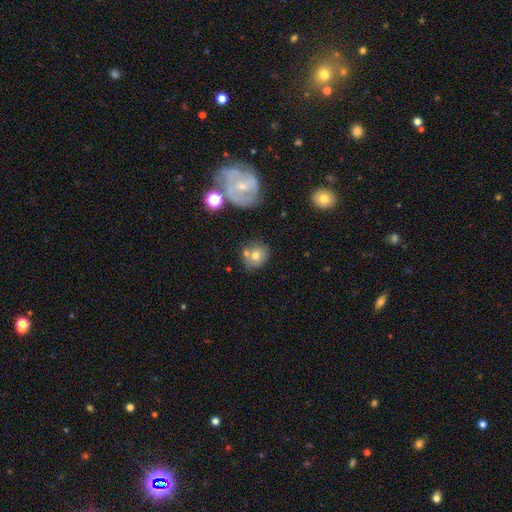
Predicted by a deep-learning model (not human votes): smooth_or_featured: smooth (p=0.66) [alt: featured or disk p=0.23]
how_rounded: round (p=0.79) [alt: in between p=0.20]
merging: none (p=0.58) [alt: merger p=0.22]